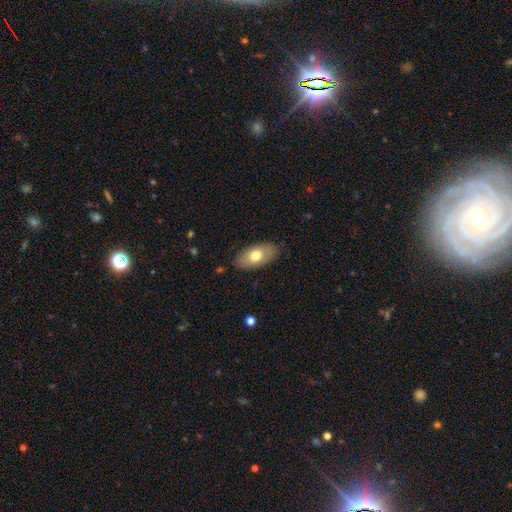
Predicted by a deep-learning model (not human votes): Smooth or featured? smooth (70%)
How rounded? in between (91%)
Merging? none (84%)